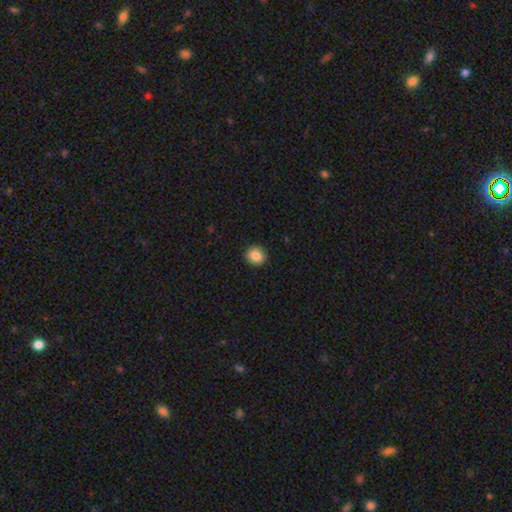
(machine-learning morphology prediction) Overall: smooth (87%). How rounded: round (77%). Merging: none (92%).